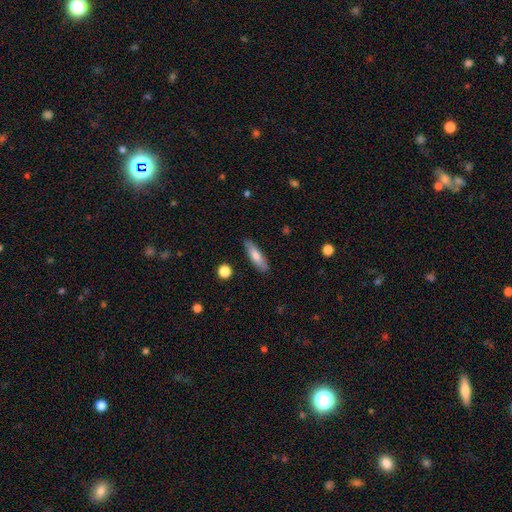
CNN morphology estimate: A smooth galaxy with no disk features (70%) that is cigar-shaped (61%). Merging: none (86%).